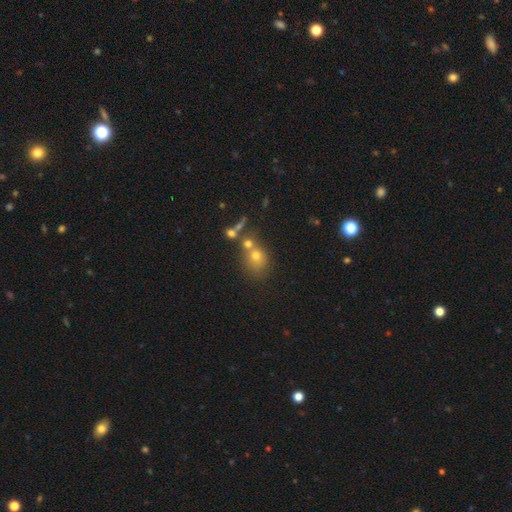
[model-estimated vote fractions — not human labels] This is likely a smooth galaxy (64%). How rounded: likely round (71%). Merging: possibly none (50%).